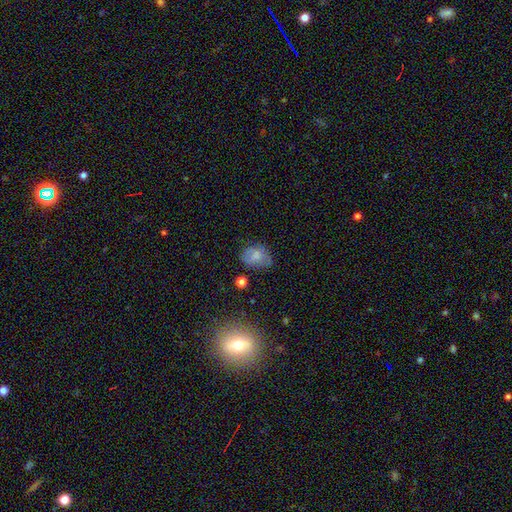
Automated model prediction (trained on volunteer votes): A smooth galaxy with no disk features (68%) that is in between round and cigar-shaped (69%). Merging: none (51%).